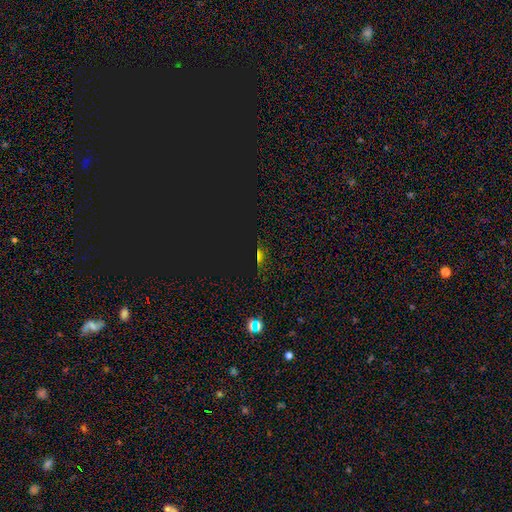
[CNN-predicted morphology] A star or artifact, not a galaxy (66%).